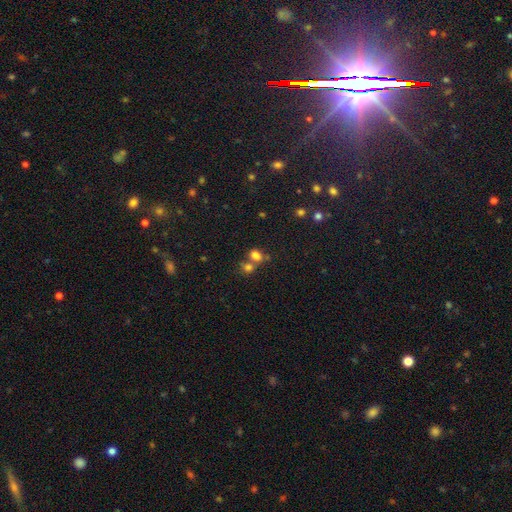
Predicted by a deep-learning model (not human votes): smooth-or-featured: smooth: 76% | star or artifact: 15% | featured or disk: 9%
  how-rounded: in between: 58% | round: 41% | cigar-shaped: 1%
  merging: merger: 48% | none: 38% | minor disturbance: 9% | major disturbance: 5%